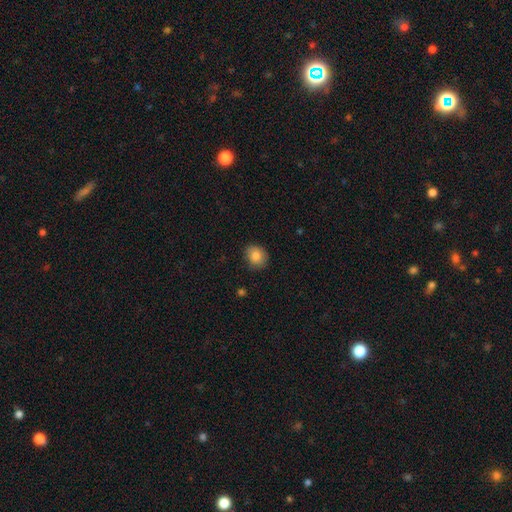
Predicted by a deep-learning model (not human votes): Q: Smooth or featured?
A: smooth (84%); runner-up: star or artifact (9%)
Q: How rounded?
A: round (66%); runner-up: in between (33%)
Q: Merging?
A: none (84%); runner-up: minor disturbance (13%)